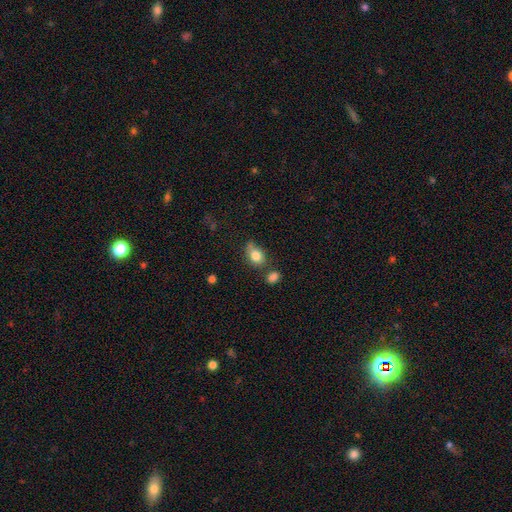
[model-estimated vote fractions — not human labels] A smooth galaxy with no disk features (82%) that is in between round and cigar-shaped (66%).

Vote fractions:
- Smooth or featured? smooth: 82% / featured or disk: 9% / star or artifact: 9%
- How rounded? in between: 66% / round: 32% / cigar-shaped: 2%
- Merging? none: 48% / minor disturbance: 27% / merger: 17% / major disturbance: 8%